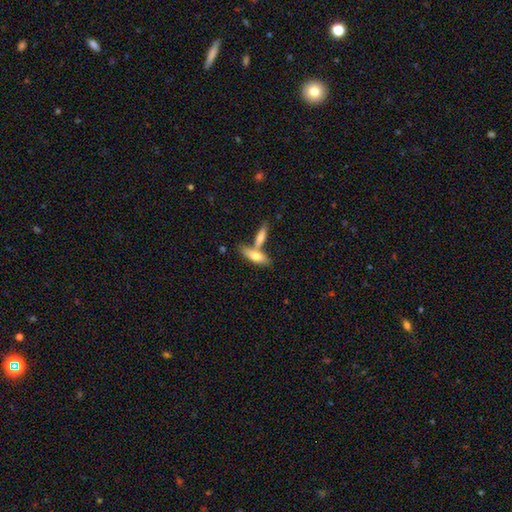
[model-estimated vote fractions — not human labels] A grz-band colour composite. It shows a smooth galaxy with no disk features (68%) that is in between round and cigar-shaped (56%). Merging: merger (44%).